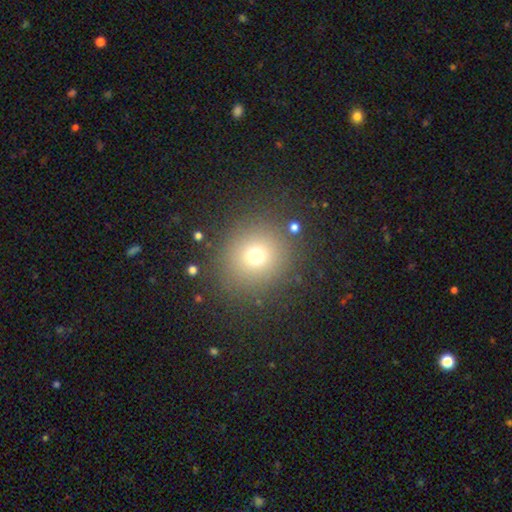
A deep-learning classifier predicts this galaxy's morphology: This appears to be a smooth galaxy with no disk features (71%) that is round (90%). Merging: none (86%).